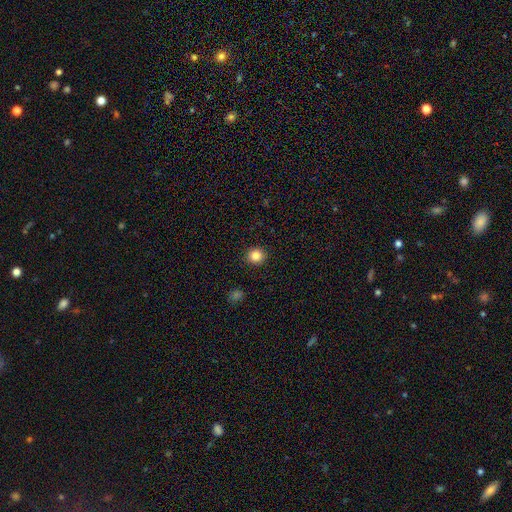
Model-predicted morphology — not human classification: Smooth or featured? smooth (85%)
How rounded? round (93%)
Merging? none (92%)